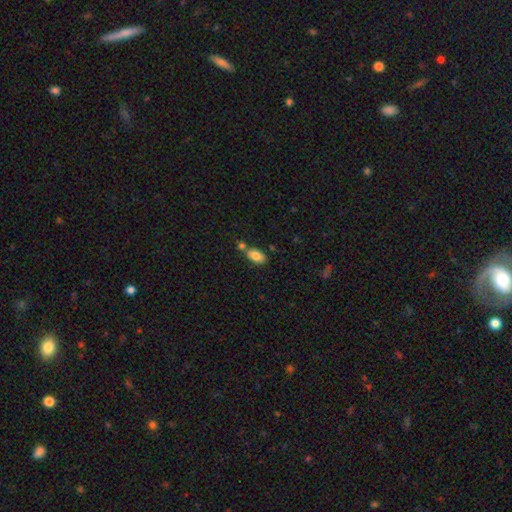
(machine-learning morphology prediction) A smooth galaxy with no disk features (80%) that is in between round and cigar-shaped (92%). Merging: none (64%).